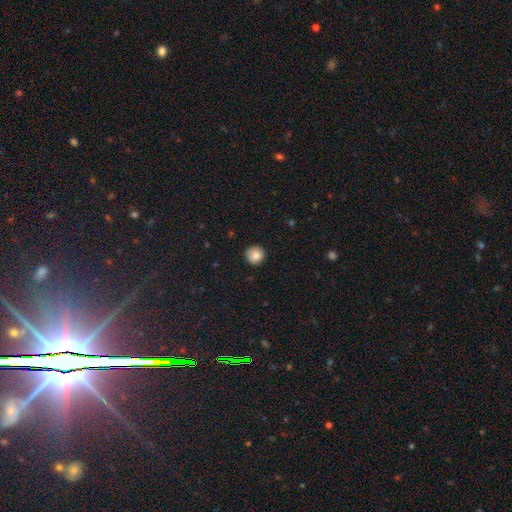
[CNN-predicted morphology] The model was most divided on "smooth or featured": smooth: 84%, star or artifact: 9%, featured or disk: 6%. More confident: how rounded — round (93%); merging — none (89%).